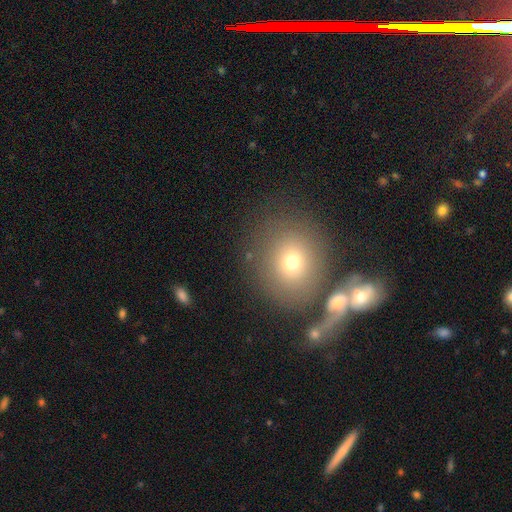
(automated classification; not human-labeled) smooth 61%, star or artifact 21%, featured or disk 18%. Down the decision tree: how rounded — round (75%); merging — none (68%).